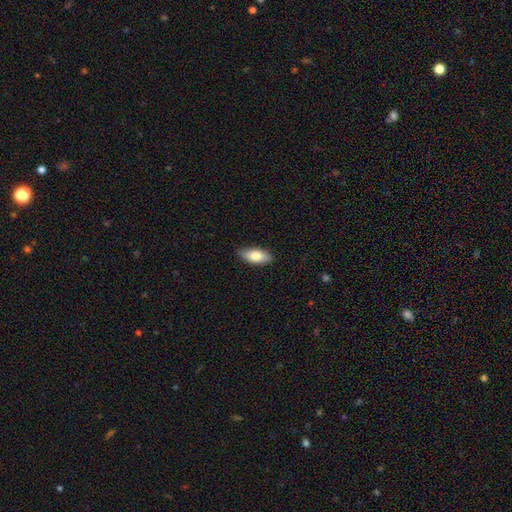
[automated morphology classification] This is likely a smooth galaxy (77%). How rounded: clearly in between (83%). Merging: clearly none (87%).